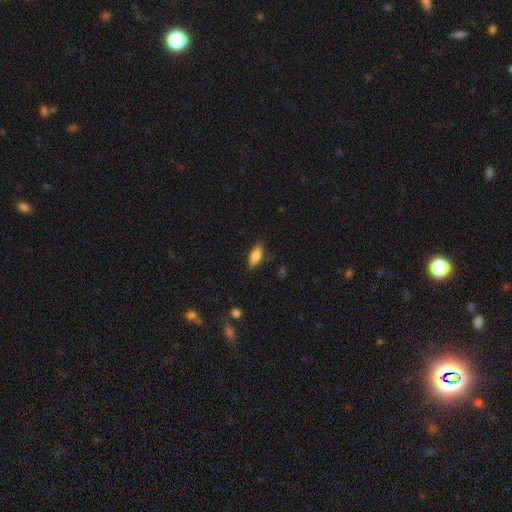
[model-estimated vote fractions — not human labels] smooth_or_featured: smooth (p=0.81) [alt: featured or disk p=0.12]
how_rounded: in between (p=0.76) [alt: cigar-shaped p=0.21]
merging: none (p=0.81) [alt: minor disturbance p=0.15]